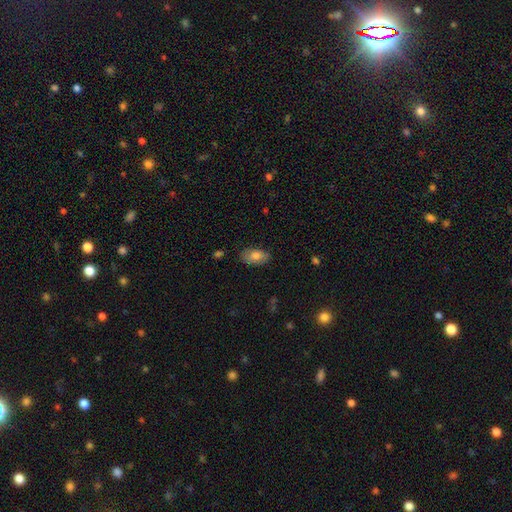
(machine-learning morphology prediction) smooth-or-featured: smooth: 78% | featured or disk: 15% | star or artifact: 7%
  how-rounded: in between: 92% | round: 6% | cigar-shaped: 2%
  merging: none: 82% | minor disturbance: 14% | major disturbance: 3% | merger: 1%